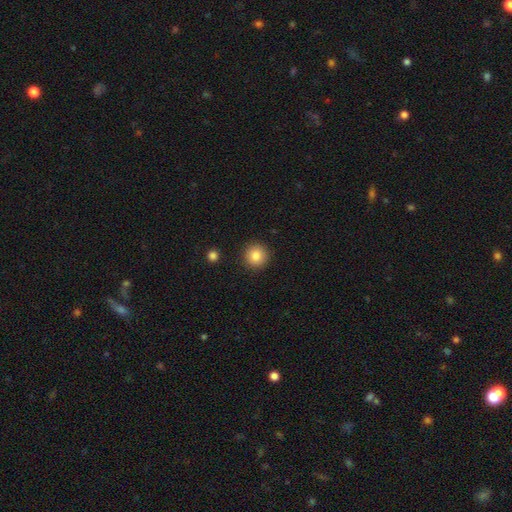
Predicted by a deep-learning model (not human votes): smooth_or_featured: smooth (p=0.85) [alt: star or artifact p=0.09]
how_rounded: round (p=0.94) [alt: in between p=0.05]
merging: none (p=0.91) [alt: minor disturbance p=0.06]